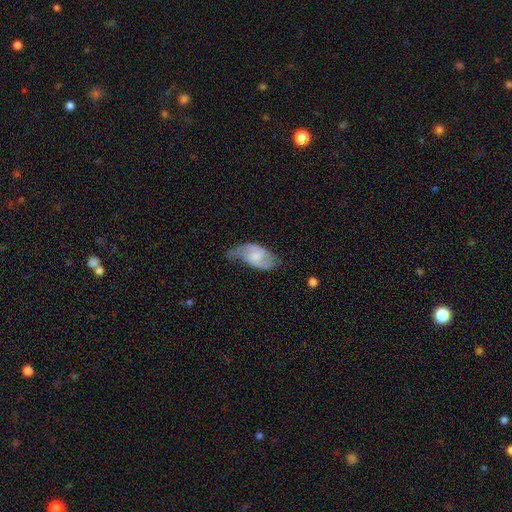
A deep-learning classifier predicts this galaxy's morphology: Smooth or featured?
  - featured or disk: 69% *
  - smooth: 25%
  - star or artifact: 6%
Edge-on disk?
  - no: 96% *
  - yes: 4%
Bar?
  - no: 47% *
  - weak: 45%
  - strong: 9%
Spiral arms?
  - yes: 91% *
  - no: 9%
Spiral winding?
  - medium: 46% *
  - loose: 37%
  - tight: 17%
Spiral arm count?
  - 2: 85% *
  - can't tell: 8%
  - 1: 4%
  - 3: 2%
  - 4: 1%
  - more than 4: 1%
Bulge size?
  - small: 47% *
  - moderate: 35%
  - none: 13%
  - large: 4%
  - dominant: 1%
Merging?
  - none: 51% *
  - minor disturbance: 32%
  - major disturbance: 15%
  - merger: 2%